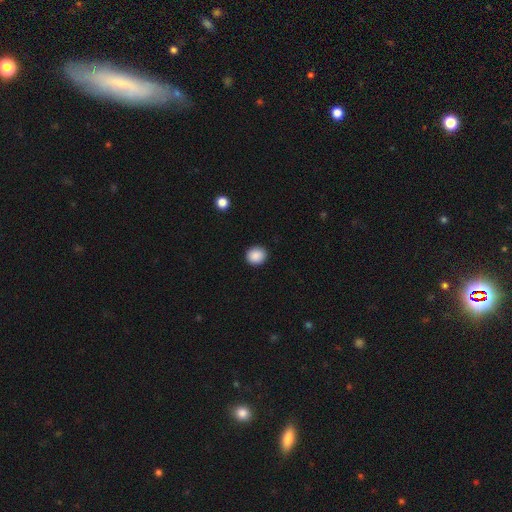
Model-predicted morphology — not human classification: Smooth or featured? Predicted: smooth (p=0.89). How rounded? Predicted: round (p=0.81). Merging? Predicted: none (p=0.91).